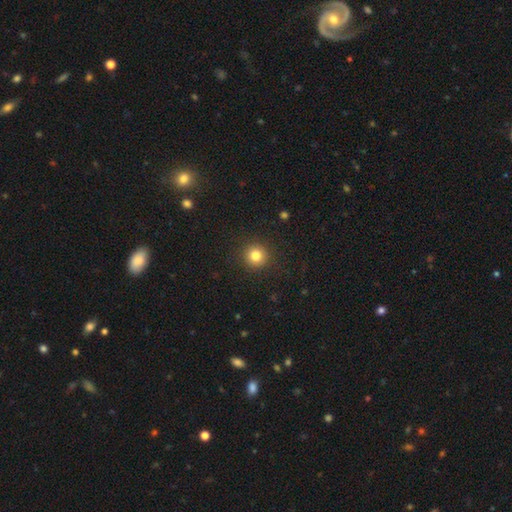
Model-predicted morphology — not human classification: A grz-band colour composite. It shows a smooth galaxy with no disk features (82%) that is round (95%). Merging: none (91%).